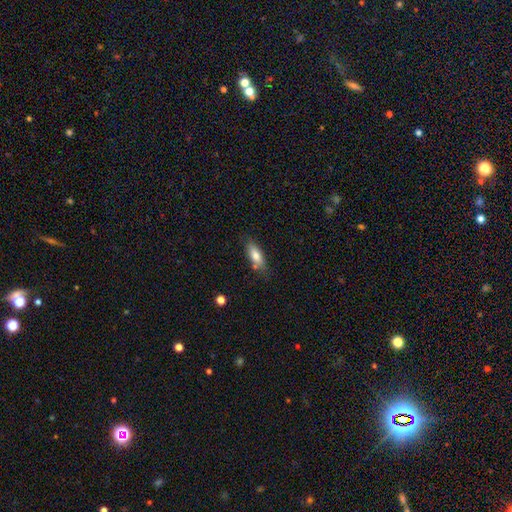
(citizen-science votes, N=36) smooth_or_featured: smooth (p=0.89) [alt: featured or disk p=0.08]
how_rounded: in between (p=0.50) [tied with: cigar-shaped p=0.50]
merging: none (p=0.83) [alt: minor disturbance p=0.11]